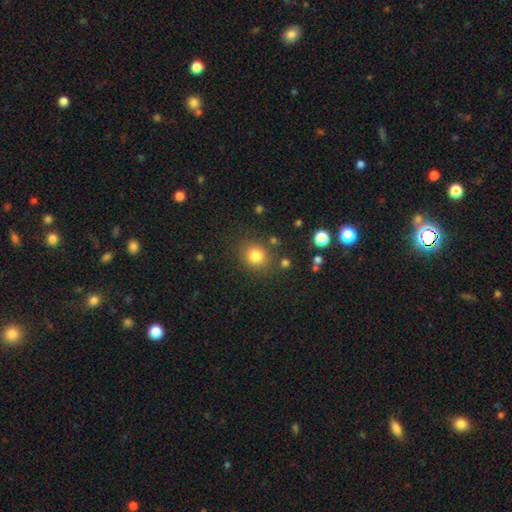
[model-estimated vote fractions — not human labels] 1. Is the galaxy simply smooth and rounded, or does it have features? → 81% smooth, 12% star or artifact, 6% featured or disk.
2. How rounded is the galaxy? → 80% round, 19% in between, 1% cigar-shaped.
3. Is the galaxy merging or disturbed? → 82% none, 10% minor disturbance, 4% merger, 4% major disturbance.